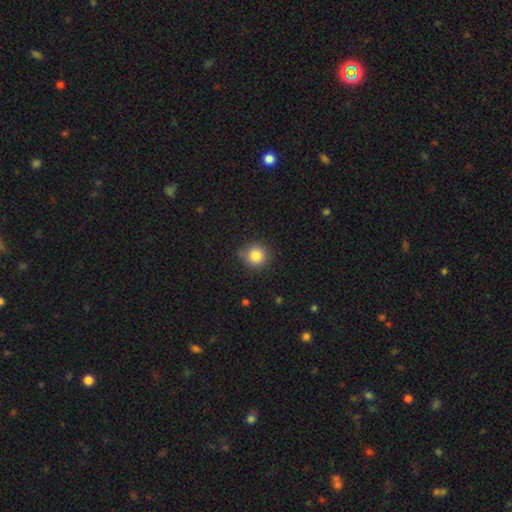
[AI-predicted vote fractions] This is clearly a smooth galaxy (84%). How rounded: clearly round (92%). Merging: clearly none (81%).